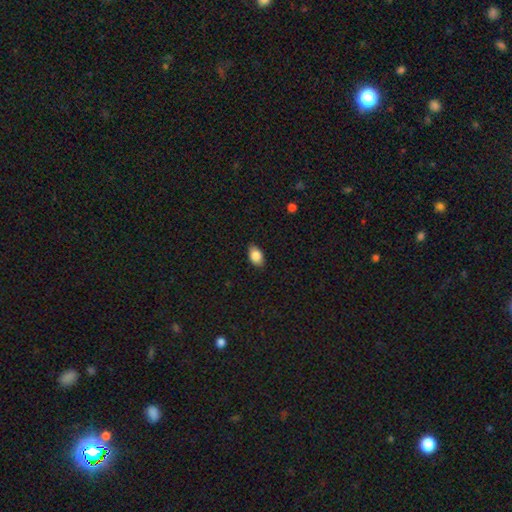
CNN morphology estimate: Overall: smooth (85%). How rounded: in between (89%). Merging: none (85%).